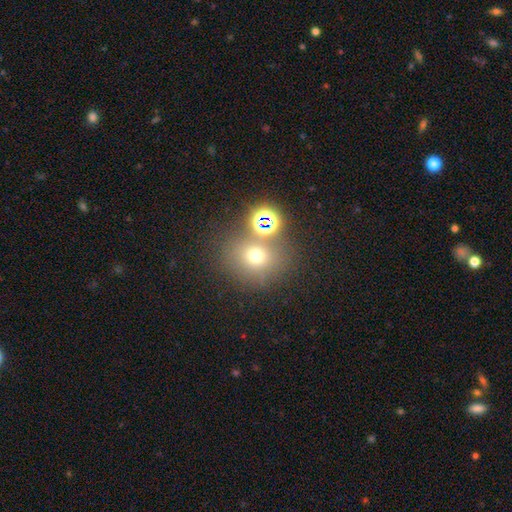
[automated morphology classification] type=smooth (64%); roundness=round (78%); merging=none (66%).